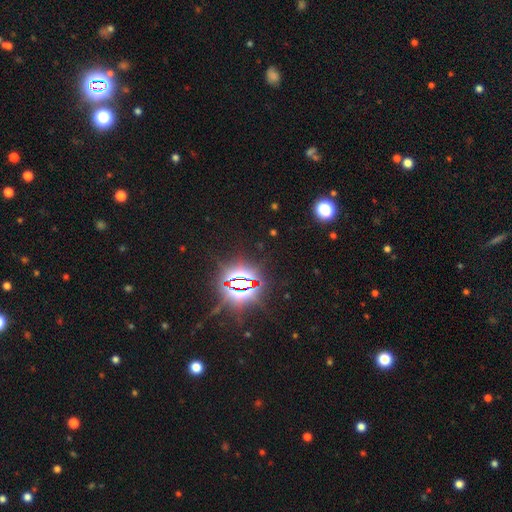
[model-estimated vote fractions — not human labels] smooth_or_featured: star or artifact (p=0.84) [alt: smooth p=0.09]